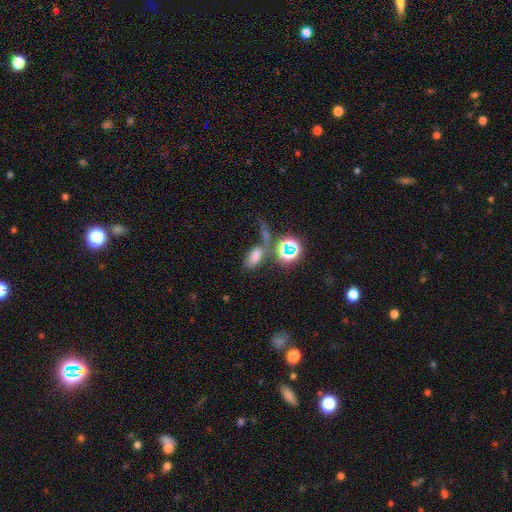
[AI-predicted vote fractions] smooth-or-featured: smooth: 66% | star or artifact: 25% | featured or disk: 9%
  how-rounded: in between: 81% | cigar-shaped: 10% | round: 9%
  merging: none: 48% | merger: 27% | minor disturbance: 14% | major disturbance: 11%